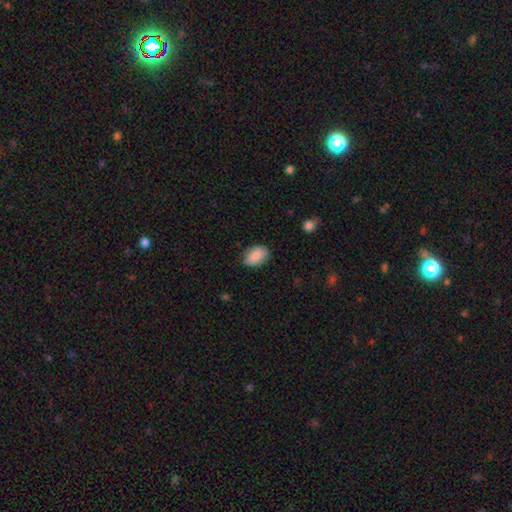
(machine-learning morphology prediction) Smooth or featured?
  - smooth: 84% *
  - featured or disk: 9%
  - star or artifact: 7%
How rounded?
  - in between: 85% *
  - round: 13%
  - cigar-shaped: 1%
Merging?
  - none: 81% *
  - minor disturbance: 15%
  - major disturbance: 3%
  - merger: 1%